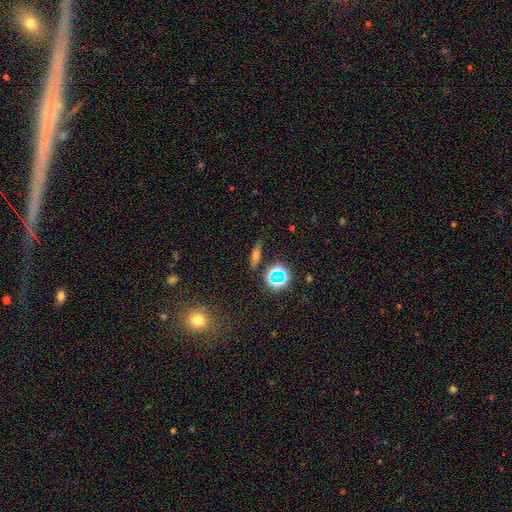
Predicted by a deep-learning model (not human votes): This is possibly a smooth galaxy (50%). Merging: clearly none (81%).